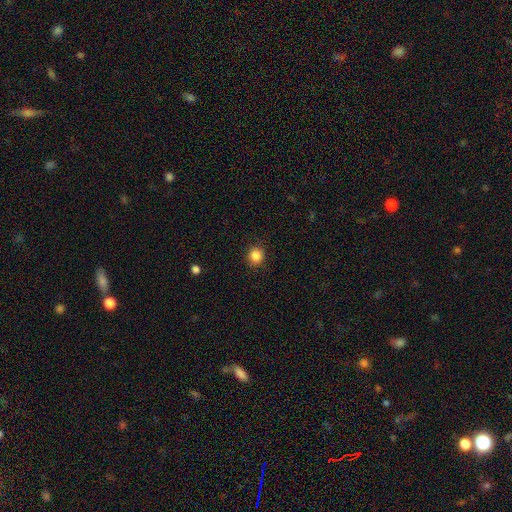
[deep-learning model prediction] Smooth or featured? Predicted: smooth (p=0.86). How rounded? Predicted: round (p=0.90). Merging? Predicted: none (p=0.90).